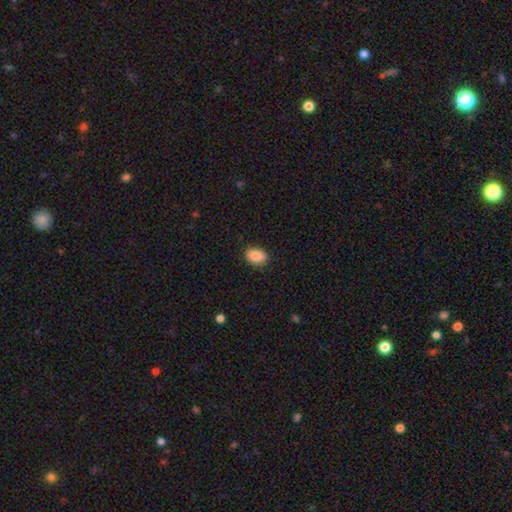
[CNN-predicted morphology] The model was most divided on "how rounded": in between: 81%, round: 18%, cigar-shaped: 1%. More confident: smooth or featured — smooth (87%); merging — none (86%).